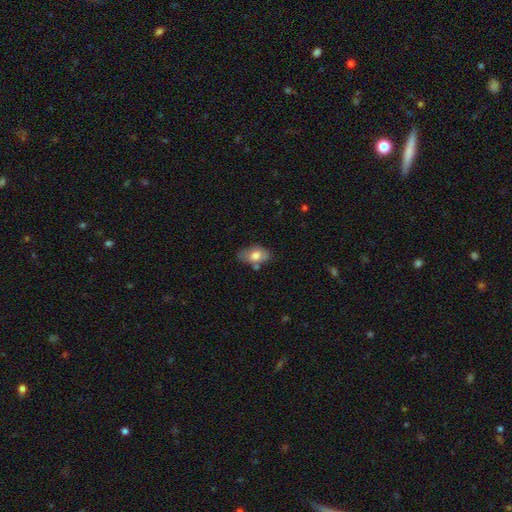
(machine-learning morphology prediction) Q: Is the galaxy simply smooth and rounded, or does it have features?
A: smooth — 73%.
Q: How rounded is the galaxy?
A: in between — 90%.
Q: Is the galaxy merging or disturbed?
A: none — 64%.